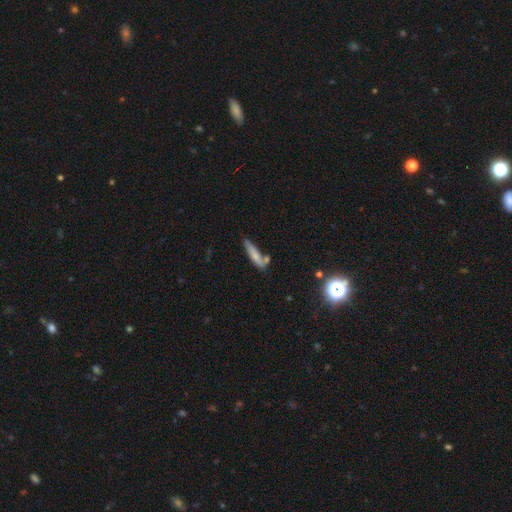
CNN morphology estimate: Smooth or featured: smooth — 69% (featured or disk — 23%)
How rounded: cigar-shaped — 80% (in between — 19%)
Merging: none — 58% (minor disturbance — 21%)